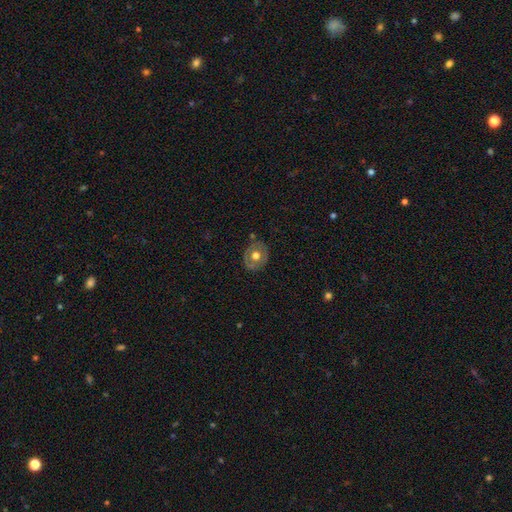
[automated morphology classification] smooth_or_featured: smooth (p=0.48) [alt: featured or disk p=0.45]
merging: none (p=0.79) [alt: minor disturbance p=0.14]